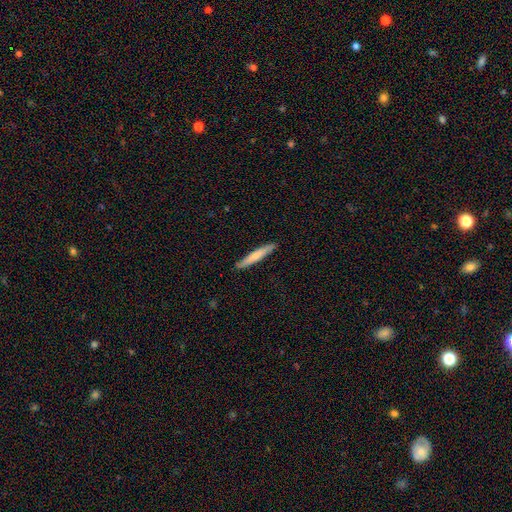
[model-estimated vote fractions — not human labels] Smooth or featured?
  - smooth: 68% *
  - featured or disk: 27%
  - star or artifact: 5%
How rounded?
  - cigar-shaped: 95% *
  - in between: 4%
  - round: 1%
Merging?
  - none: 90% *
  - minor disturbance: 8%
  - major disturbance: 1%
  - merger: 1%